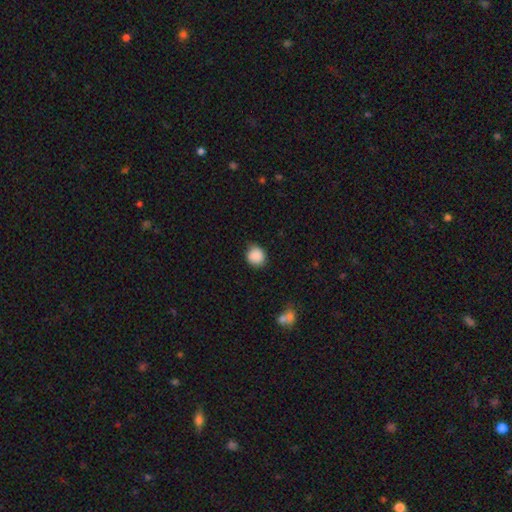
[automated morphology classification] A smooth galaxy with no disk features (88%) that is round (82%). Merging: none (78%).